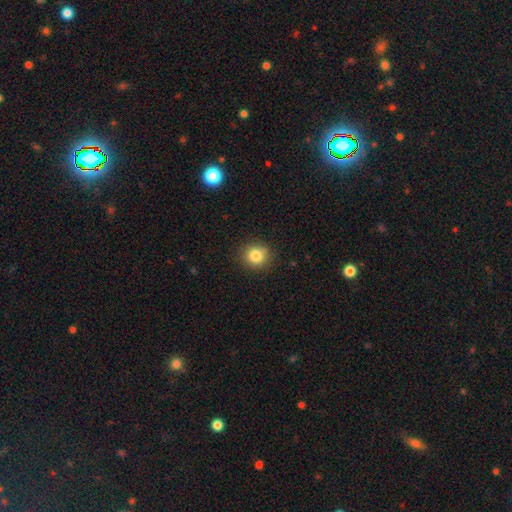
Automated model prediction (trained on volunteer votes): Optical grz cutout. It shows a smooth galaxy with no disk features (82%) that is round (84%). Merging: none (86%).